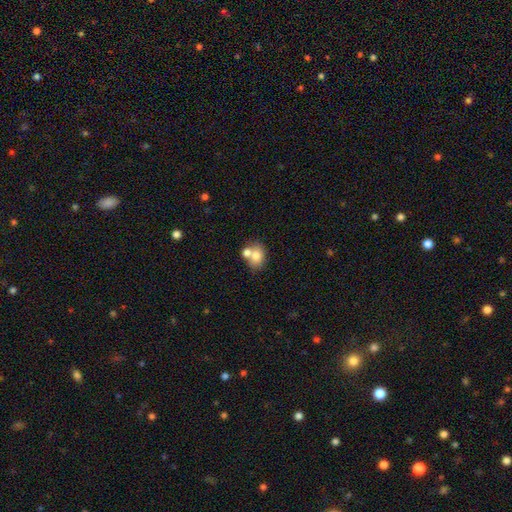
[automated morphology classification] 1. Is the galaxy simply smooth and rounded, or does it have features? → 74% smooth, 17% featured or disk, 10% star or artifact.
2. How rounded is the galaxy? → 53% in between, 46% round, 1% cigar-shaped.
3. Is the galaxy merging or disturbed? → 46% none, 39% merger, 11% minor disturbance, 4% major disturbance.